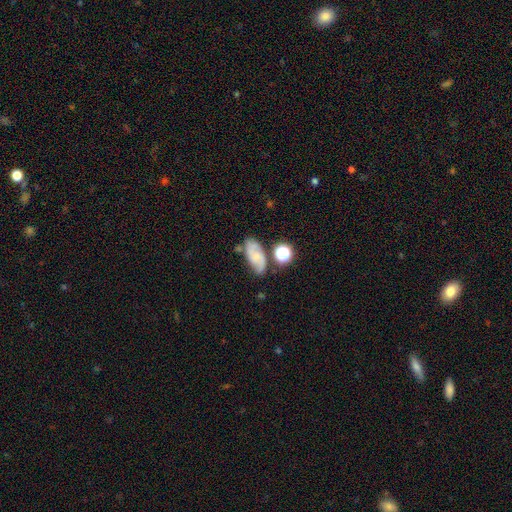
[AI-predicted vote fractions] Morphology: type=featured or disk (52%); edge-on=no (94%); merging=none (61%).